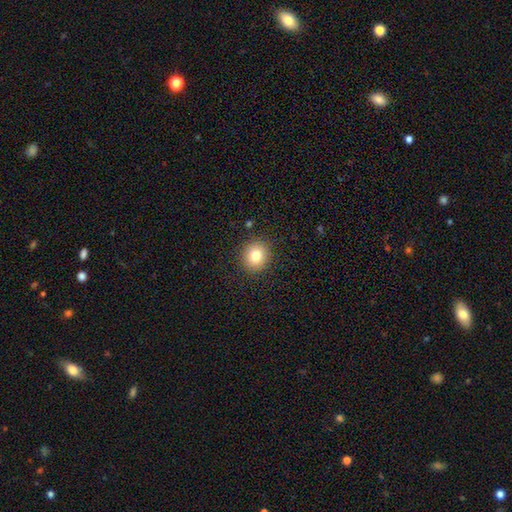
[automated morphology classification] Smooth or featured? Predicted: smooth (p=0.79). How rounded? Predicted: round (p=0.88). Merging? Predicted: none (p=0.90).